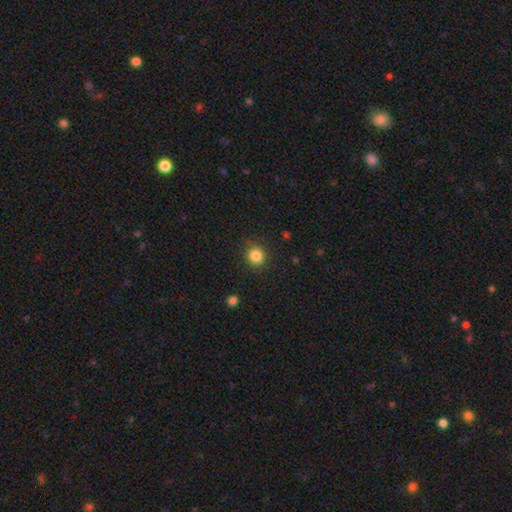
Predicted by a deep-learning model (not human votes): Q: Smooth or featured?
A: smooth (85%); runner-up: star or artifact (11%)
Q: How rounded?
A: round (90%); runner-up: in between (9%)
Q: Merging?
A: none (89%); runner-up: minor disturbance (7%)